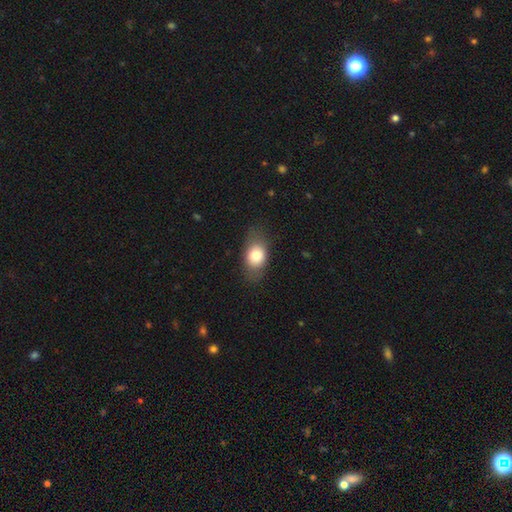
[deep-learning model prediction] Smooth or featured?
  - smooth: 77% *
  - featured or disk: 15%
  - star or artifact: 8%
How rounded?
  - in between: 74% *
  - round: 23%
  - cigar-shaped: 2%
Merging?
  - none: 77% *
  - minor disturbance: 16%
  - major disturbance: 6%
  - merger: 1%